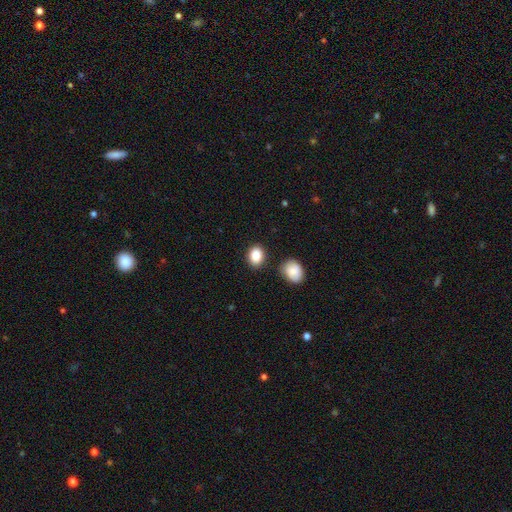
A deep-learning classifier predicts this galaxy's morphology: A smooth galaxy with no disk features (86%) that is in between round and cigar-shaped (64%). Merging: none (82%).